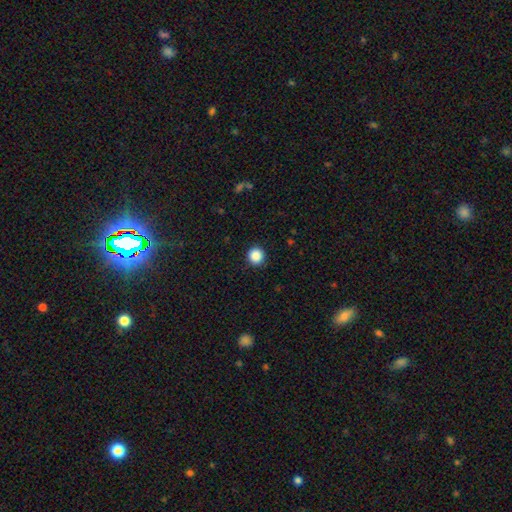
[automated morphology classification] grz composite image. It shows a smooth galaxy with no disk features (87%) that is round (94%). Merging: none (91%).